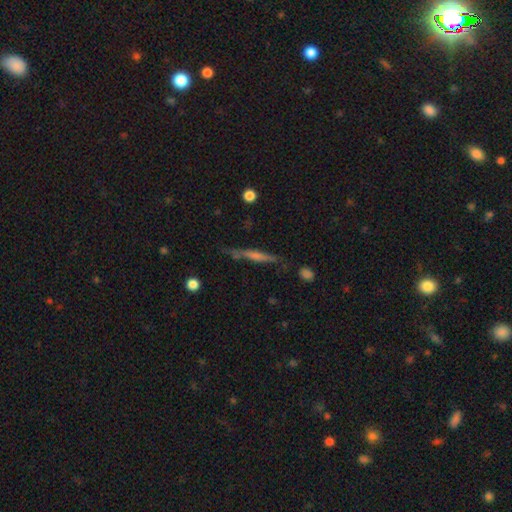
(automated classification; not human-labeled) Morphology: type=featured or disk (58%); edge-on=yes (90%); edge-on bulge=rounded (64%); merging=none (81%).